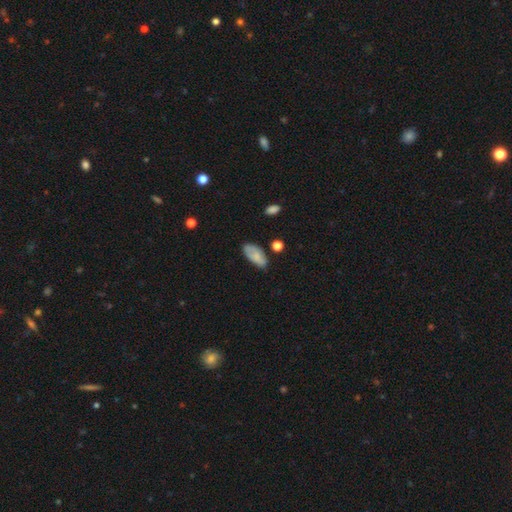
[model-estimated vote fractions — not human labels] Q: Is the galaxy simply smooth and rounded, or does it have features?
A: smooth — 76%.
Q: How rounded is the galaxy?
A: in between — 92%.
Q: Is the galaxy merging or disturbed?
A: none — 63%.